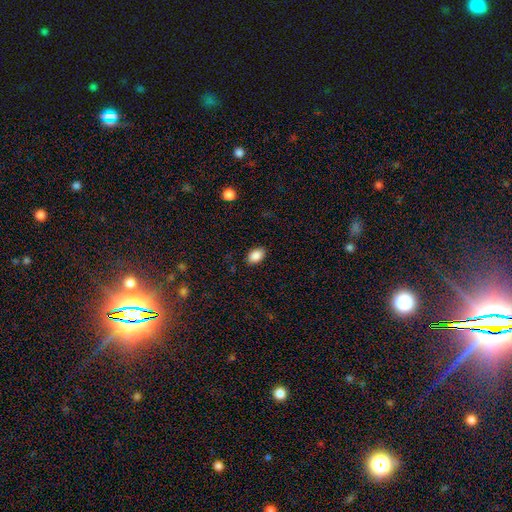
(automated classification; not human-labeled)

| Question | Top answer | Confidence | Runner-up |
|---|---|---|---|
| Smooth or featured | smooth | 88% | star or artifact (8%) |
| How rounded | in between | 88% | round (11%) |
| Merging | none | 87% | minor disturbance (10%) |